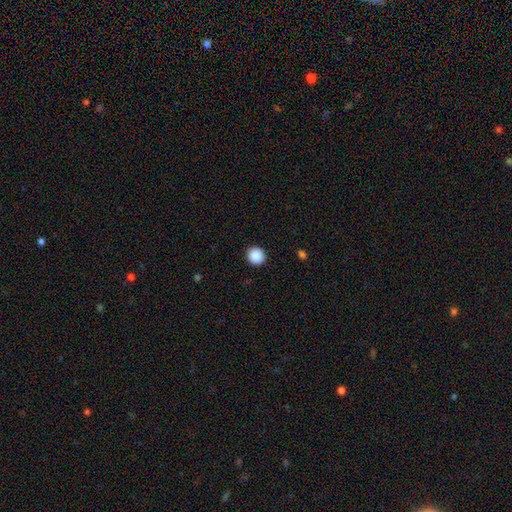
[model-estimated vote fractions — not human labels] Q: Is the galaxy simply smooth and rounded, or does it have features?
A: smooth — 89%.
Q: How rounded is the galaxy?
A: round — 94%.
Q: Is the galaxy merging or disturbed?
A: none — 93%.